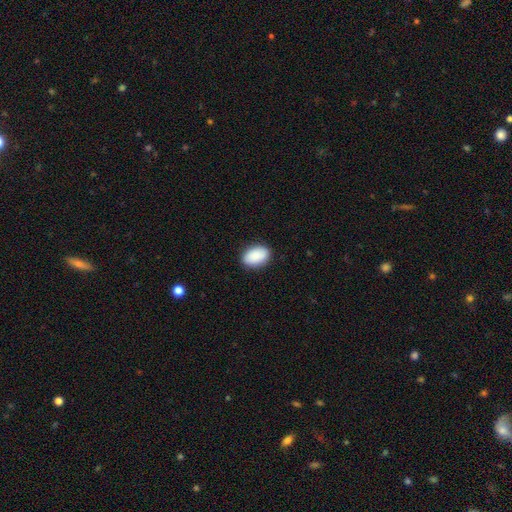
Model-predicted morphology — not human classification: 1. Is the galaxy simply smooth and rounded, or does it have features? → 90% smooth, 6% star or artifact, 3% featured or disk.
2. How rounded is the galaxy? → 88% in between, 11% round, 1% cigar-shaped.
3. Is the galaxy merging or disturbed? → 88% none, 9% minor disturbance, 2% major disturbance, 1% merger.